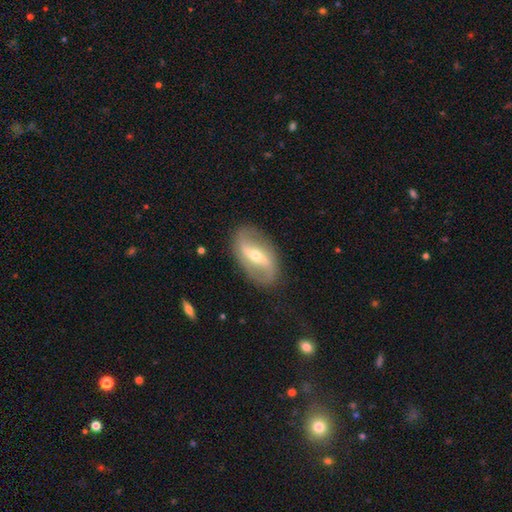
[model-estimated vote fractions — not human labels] Morphology: type=featured or disk (81%); edge-on=no (93%); bar=strong (52%); spiral arms=yes (83%); winding=loose (62%); arm count=2 (90%); bulge=moderate (51%); merging=none (83%).